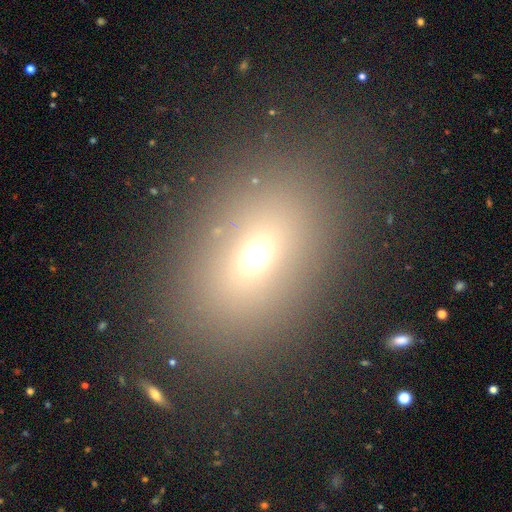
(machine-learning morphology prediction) The model was most divided on "smooth or featured": smooth: 65%, star or artifact: 21%, featured or disk: 15%. More confident: merging — none (81%); how rounded — in between (71%).